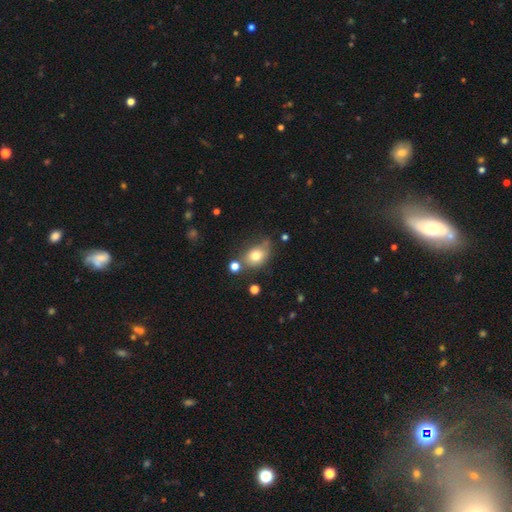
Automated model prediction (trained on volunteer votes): smooth 75%, featured or disk 14%, star or artifact 11%. Down the decision tree: how rounded — in between (63%); merging — none (53%).